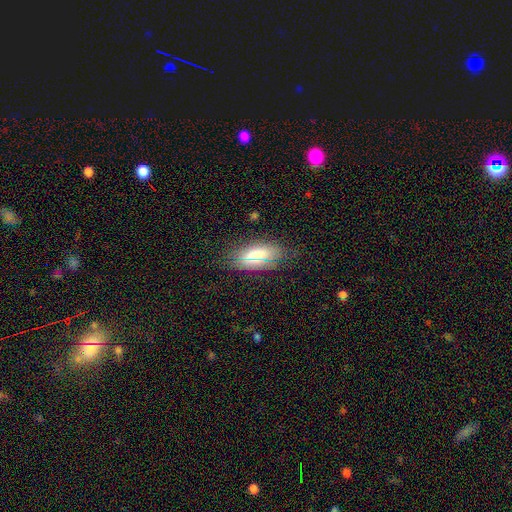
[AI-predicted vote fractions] Smooth or featured? Predicted: smooth (p=0.68). How rounded? Predicted: in between (p=0.85). Merging? Predicted: none (p=0.77).